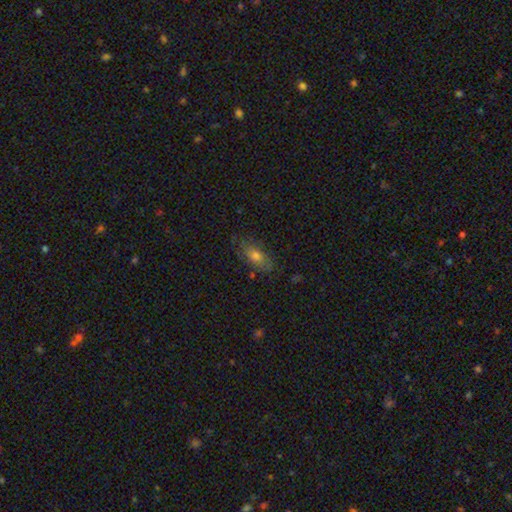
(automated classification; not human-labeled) A smooth galaxy with no disk features (64%) that is in between round and cigar-shaped (79%).

Vote fractions:
- Smooth or featured? smooth: 64% / featured or disk: 25% / star or artifact: 11%
- How rounded? in between: 79% / cigar-shaped: 15% / round: 6%
- Merging? none: 76% / minor disturbance: 18% / major disturbance: 5% / merger: 2%